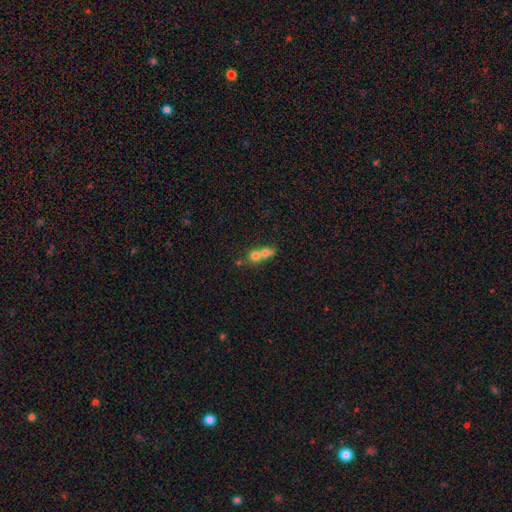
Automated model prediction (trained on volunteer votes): Overall: smooth (65%). How rounded: round (72%). Merging: merger (71%).